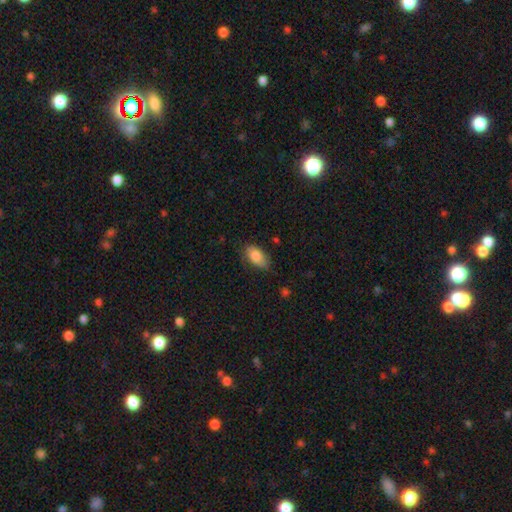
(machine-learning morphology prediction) Smooth or featured: smooth — 83% (featured or disk — 10%)
How rounded: in between — 92% (round — 5%)
Merging: none — 65% (minor disturbance — 27%)